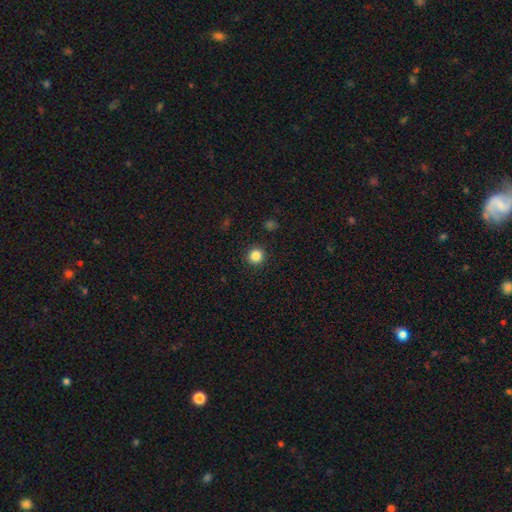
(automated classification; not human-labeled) This appears to be a smooth galaxy with no disk features (85%) that is round (94%). Merging: none (92%).